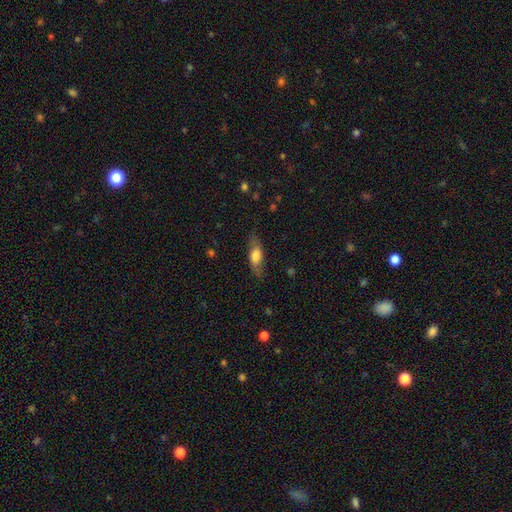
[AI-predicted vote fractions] Q: Smooth or featured?
A: smooth (62%); runner-up: featured or disk (31%)
Q: How rounded?
A: in between (62%); runner-up: cigar-shaped (33%)
Q: Merging?
A: none (73%); runner-up: minor disturbance (19%)